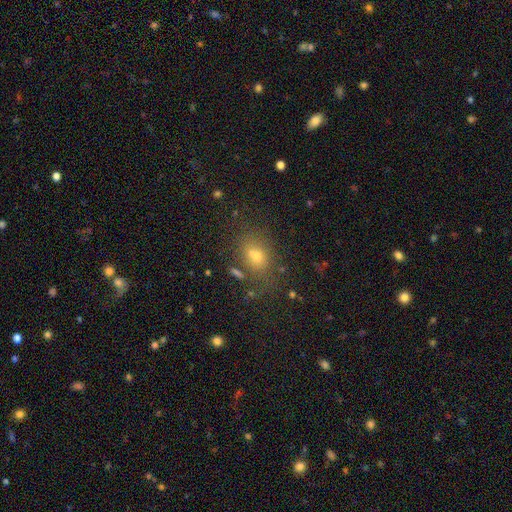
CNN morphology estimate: The model was most divided on "how rounded": in between: 67%, round: 31%, cigar-shaped: 2%. More confident: merging — none (70%); smooth or featured — smooth (69%).